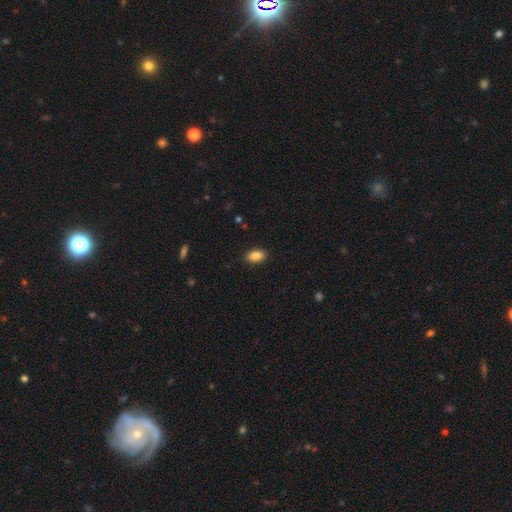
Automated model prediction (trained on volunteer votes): A smooth galaxy with no disk features (88%) that is in between round and cigar-shaped (92%).

Vote fractions:
- Smooth or featured? smooth: 88% / star or artifact: 8% / featured or disk: 5%
- How rounded? in between: 92% / round: 5% / cigar-shaped: 3%
- Merging? none: 89% / minor disturbance: 8% / major disturbance: 2% / merger: 1%